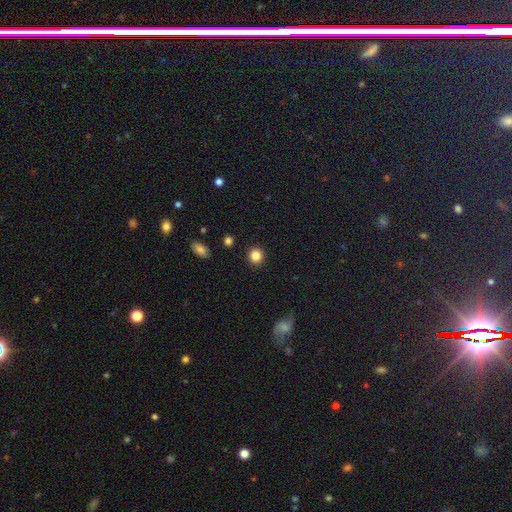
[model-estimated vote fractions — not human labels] Morphology: type=smooth (85%); roundness=round (92%); merging=none (92%).